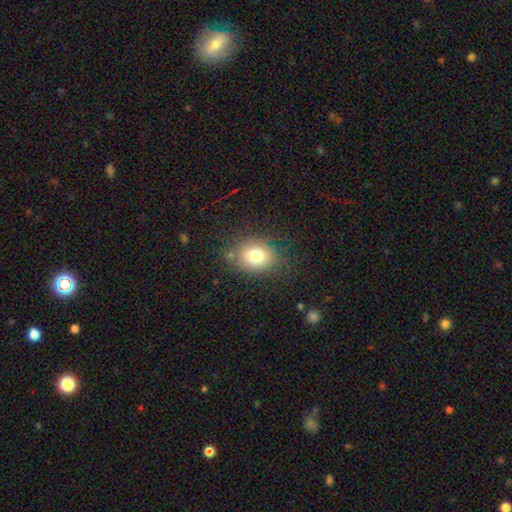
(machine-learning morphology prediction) A smooth galaxy with no disk features (75%) that is round (55%). Merging: none (78%).